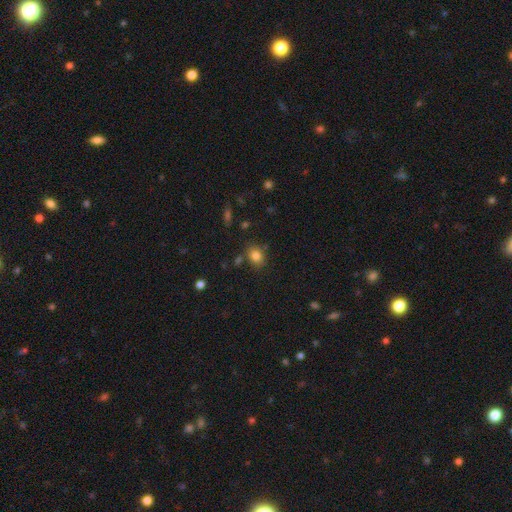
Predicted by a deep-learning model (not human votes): Smooth or featured: smooth — 82% (star or artifact — 11%)
How rounded: in between — 54% (round — 45%)
Merging: none — 78% (minor disturbance — 13%)